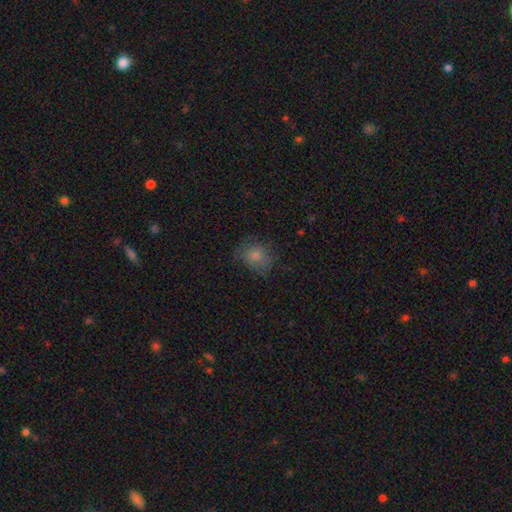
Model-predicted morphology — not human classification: Smooth or featured? smooth (78%)
How rounded? round (60%)
Merging? none (63%)